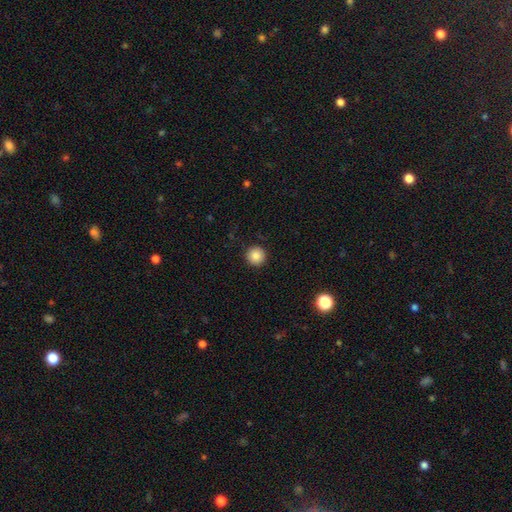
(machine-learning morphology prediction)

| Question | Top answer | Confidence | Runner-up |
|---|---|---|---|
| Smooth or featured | smooth | 85% | star or artifact (10%) |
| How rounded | round | 96% | in between (3%) |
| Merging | none | 92% | minor disturbance (5%) |